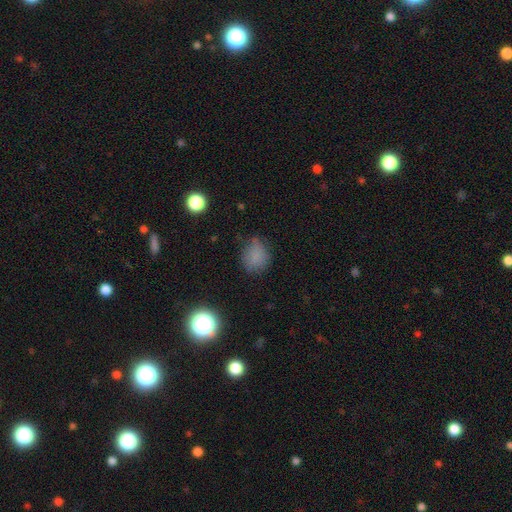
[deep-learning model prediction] A smooth galaxy with no disk features (75%) that is round (63%). Merging: none (60%).